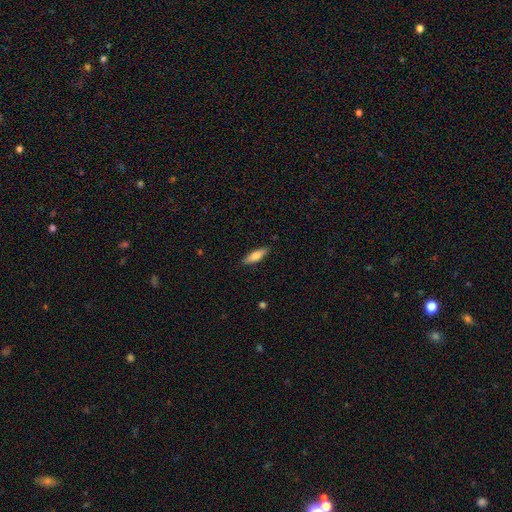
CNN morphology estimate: This is likely a smooth galaxy (69%). How rounded: possibly cigar-shaped (56%). Merging: clearly none (88%).